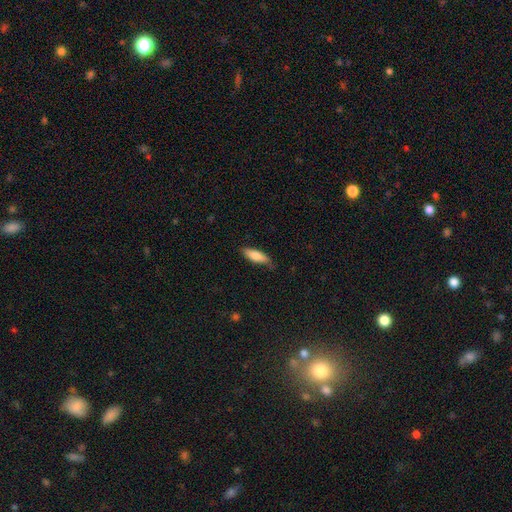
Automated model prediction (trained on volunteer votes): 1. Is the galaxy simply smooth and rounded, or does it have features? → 80% smooth, 14% featured or disk, 6% star or artifact.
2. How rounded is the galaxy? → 56% in between, 42% cigar-shaped, 2% round.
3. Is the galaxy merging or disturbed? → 72% none, 22% minor disturbance, 4% major disturbance, 1% merger.